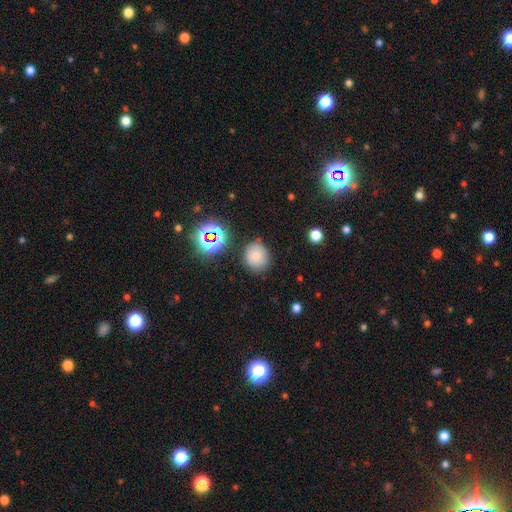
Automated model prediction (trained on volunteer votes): Morphology: type=smooth (72%); roundness=round (78%); merging=none (79%).